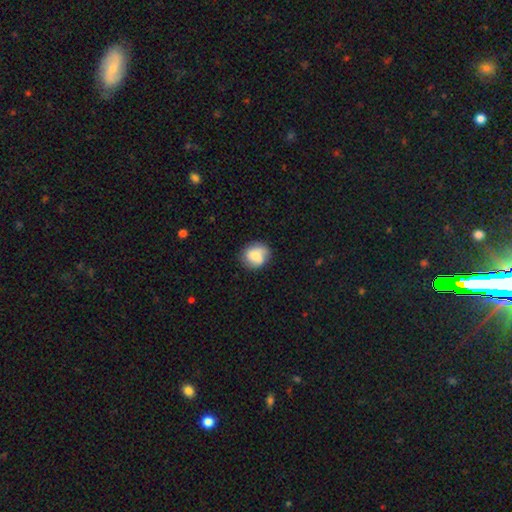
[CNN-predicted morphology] Q: Smooth or featured?
A: smooth (66%); runner-up: featured or disk (26%)
Q: How rounded?
A: round (74%); runner-up: in between (25%)
Q: Merging?
A: none (70%); runner-up: minor disturbance (21%)